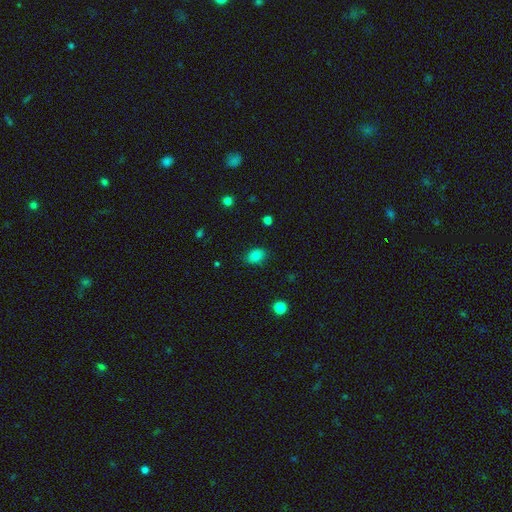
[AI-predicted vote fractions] Smooth or featured?
  - smooth: 81% *
  - star or artifact: 11%
  - featured or disk: 8%
How rounded?
  - in between: 70% *
  - round: 29%
  - cigar-shaped: 1%
Merging?
  - none: 83% *
  - minor disturbance: 13%
  - major disturbance: 3%
  - merger: 1%